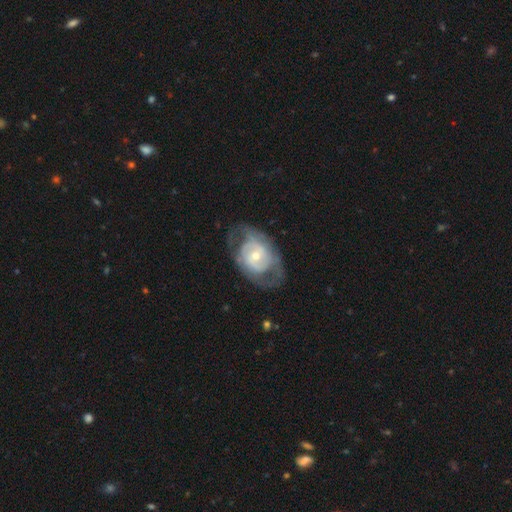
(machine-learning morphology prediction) Smooth or featured?
  - featured or disk: 75% *
  - smooth: 20%
  - star or artifact: 6%
Edge-on disk?
  - no: 95% *
  - yes: 5%
Bar?
  - no: 64% *
  - weak: 28%
  - strong: 8%
Spiral arms?
  - yes: 73% *
  - no: 27%
Spiral winding?
  - tight: 42% *
  - medium: 40%
  - loose: 17%
Spiral arm count?
  - 2: 54% *
  - can't tell: 30%
  - 3: 7%
  - 1: 4%
  - 4: 2%
  - more than 4: 2%
Bulge size?
  - small: 49% *
  - moderate: 46%
  - large: 3%
  - none: 1%
  - dominant: 1%
Merging?
  - none: 58% *
  - minor disturbance: 21%
  - major disturbance: 20%
  - merger: 1%